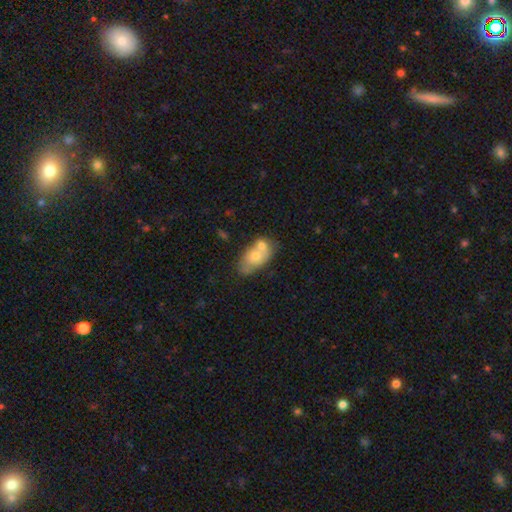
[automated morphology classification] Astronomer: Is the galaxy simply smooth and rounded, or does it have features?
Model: smooth — 63%.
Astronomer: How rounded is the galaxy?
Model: in between — 86%.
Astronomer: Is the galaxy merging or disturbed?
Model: merger — 48% (runner-up: none, 31%).